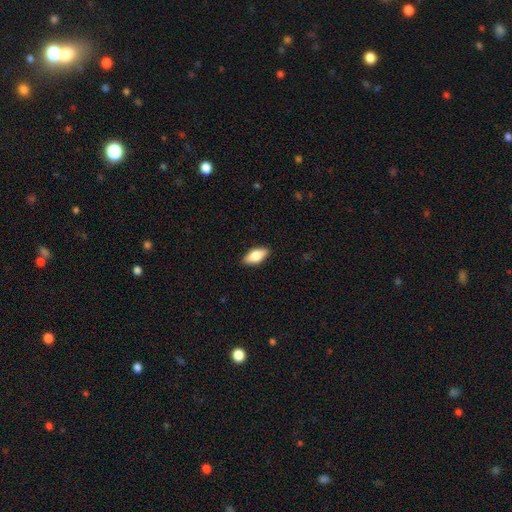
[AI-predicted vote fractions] This is likely a smooth galaxy (75%). How rounded: clearly in between (86%). Merging: clearly none (89%).